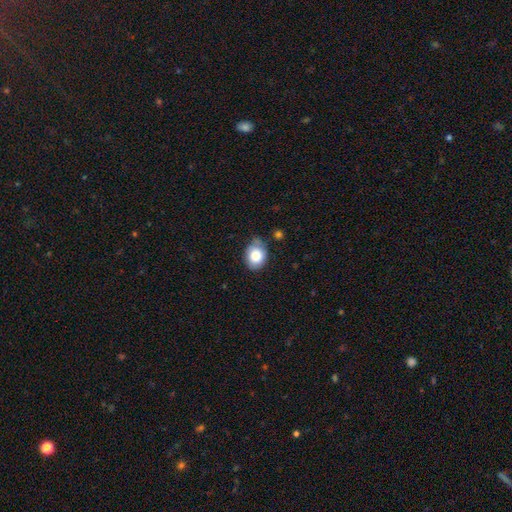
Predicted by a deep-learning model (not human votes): Q: Smooth or featured?
A: smooth (82%); runner-up: featured or disk (10%)
Q: How rounded?
A: in between (58%); runner-up: round (41%)
Q: Merging?
A: none (67%); runner-up: minor disturbance (25%)